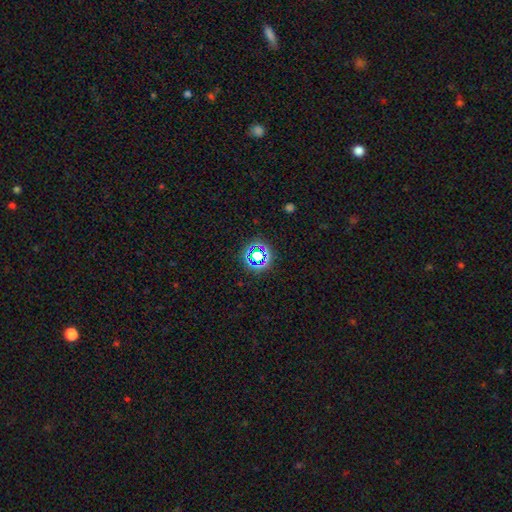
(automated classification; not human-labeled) smooth_or_featured: star or artifact (p=0.62) [alt: smooth p=0.26]